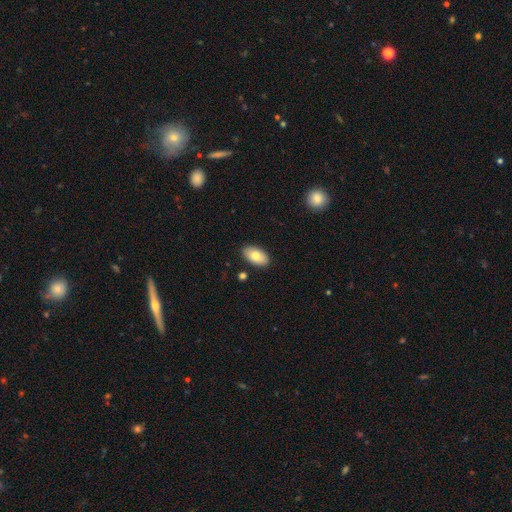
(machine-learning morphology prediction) Smooth or featured? smooth (77%)
How rounded? in between (94%)
Merging? none (87%)